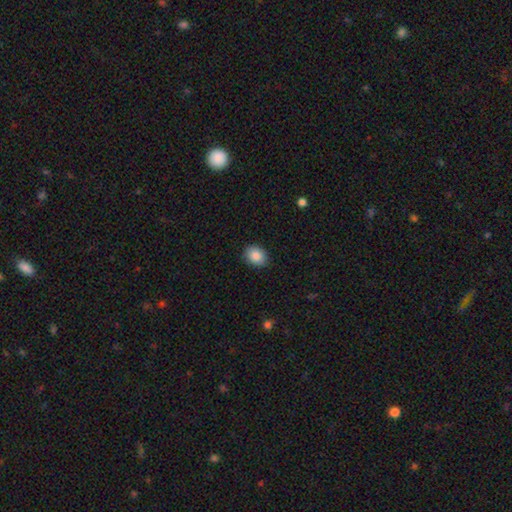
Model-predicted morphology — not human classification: Smooth or featured? Predicted: smooth (p=0.87). How rounded? Predicted: in between (p=0.59). Merging? Predicted: none (p=0.88).